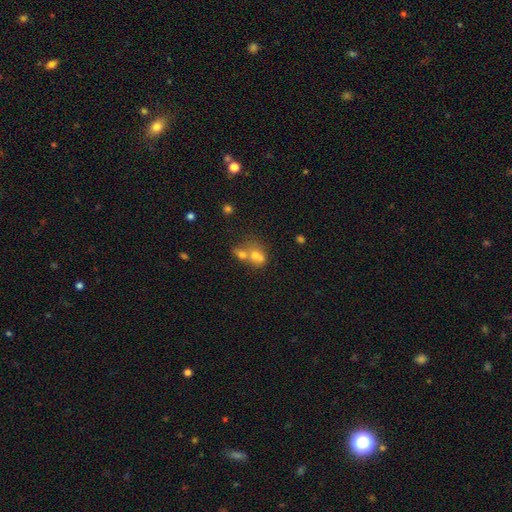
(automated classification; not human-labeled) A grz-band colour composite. It shows a smooth galaxy with no disk features (64%) that is round (57%). Merging: merger (67%).